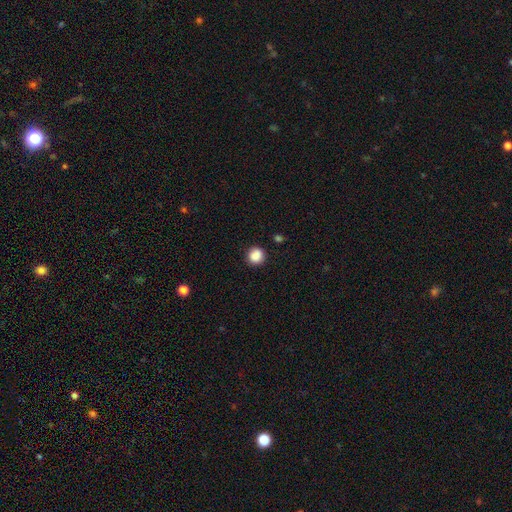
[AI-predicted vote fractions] Smooth or featured?
  - smooth: 87% *
  - star or artifact: 10%
  - featured or disk: 3%
How rounded?
  - round: 90% *
  - in between: 9%
  - cigar-shaped: 1%
Merging?
  - none: 87% *
  - minor disturbance: 9%
  - major disturbance: 2%
  - merger: 2%